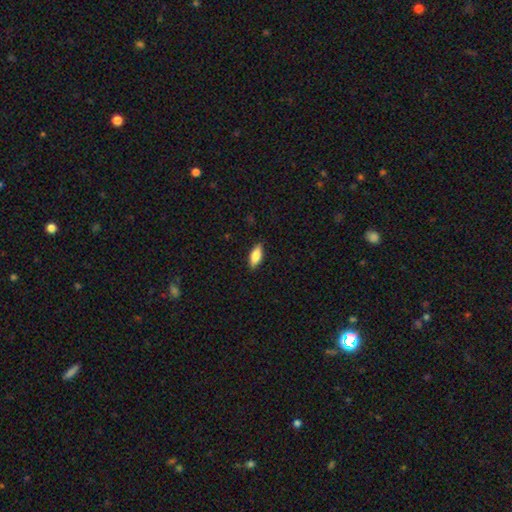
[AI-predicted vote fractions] Smooth or featured? Predicted: smooth (p=0.80). How rounded? Predicted: in between (p=0.77). Merging? Predicted: none (p=0.87).